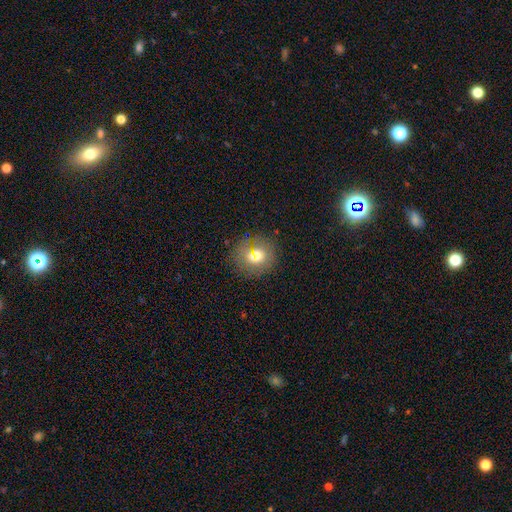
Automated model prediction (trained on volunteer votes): A smooth galaxy with no disk features (66%) that is round (88%).

Vote fractions:
- Smooth or featured? smooth: 66% / star or artifact: 18% / featured or disk: 16%
- How rounded? round: 88% / in between: 11% / cigar-shaped: 1%
- Merging? none: 78% / minor disturbance: 10% / merger: 8% / major disturbance: 4%